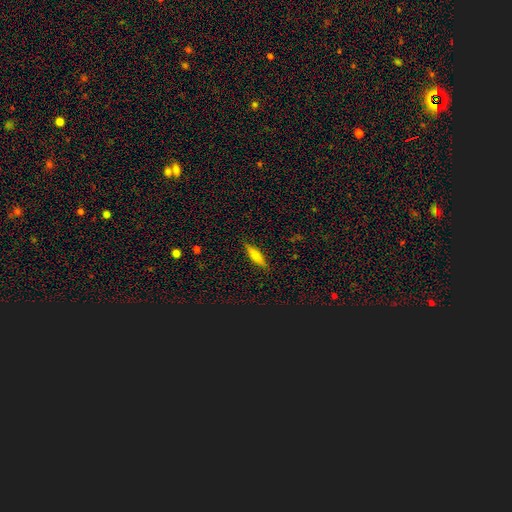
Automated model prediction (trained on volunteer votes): Smooth or featured? Predicted: smooth (p=0.66). How rounded? Predicted: cigar-shaped (p=0.72). Merging? Predicted: none (p=0.87).